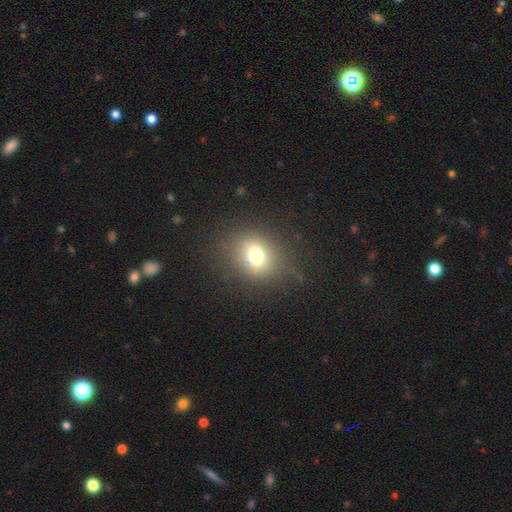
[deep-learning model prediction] Smooth or featured?
  - smooth: 72% *
  - star or artifact: 15%
  - featured or disk: 13%
How rounded?
  - round: 50% *
  - in between: 49%
  - cigar-shaped: 1%
Merging?
  - none: 77% *
  - minor disturbance: 14%
  - major disturbance: 8%
  - merger: 2%